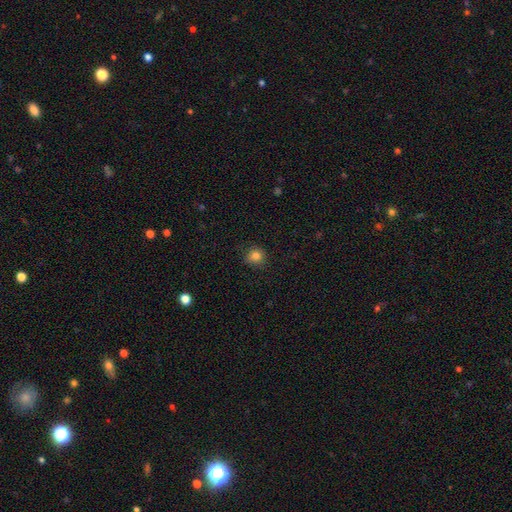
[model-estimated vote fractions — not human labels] A smooth galaxy with no disk features (82%) that is round (86%). Merging: none (82%).